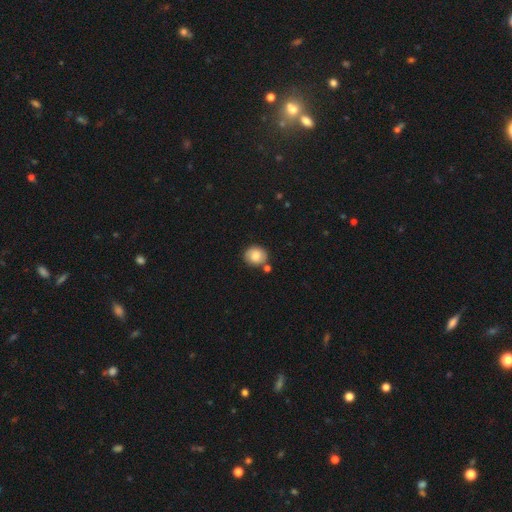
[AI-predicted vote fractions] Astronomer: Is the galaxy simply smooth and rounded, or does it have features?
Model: smooth — 78%.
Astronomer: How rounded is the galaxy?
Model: round — 73%.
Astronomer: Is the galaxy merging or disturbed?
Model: none — 77%.